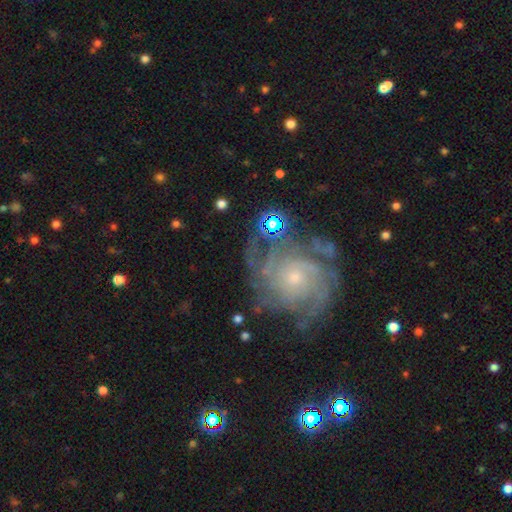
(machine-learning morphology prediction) Q: Smooth or featured?
A: featured or disk (80%); runner-up: star or artifact (13%)
Q: Edge-on disk?
A: no (97%); runner-up: yes (3%)
Q: Bar?
A: no (76%); runner-up: weak (18%)
Q: Spiral arms?
A: yes (97%); runner-up: no (3%)
Q: Spiral winding?
A: tight (67%); runner-up: medium (27%)
Q: Spiral arm count?
A: can't tell (26%); runner-up: 4 (21%)
Q: Bulge size?
A: small (75%); runner-up: moderate (20%)
Q: Merging?
A: none (75%); runner-up: minor disturbance (14%)